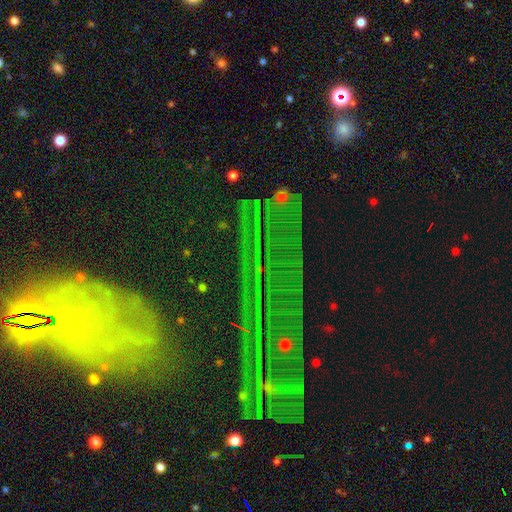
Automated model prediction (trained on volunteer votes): Morphology: type=star or artifact (55%).